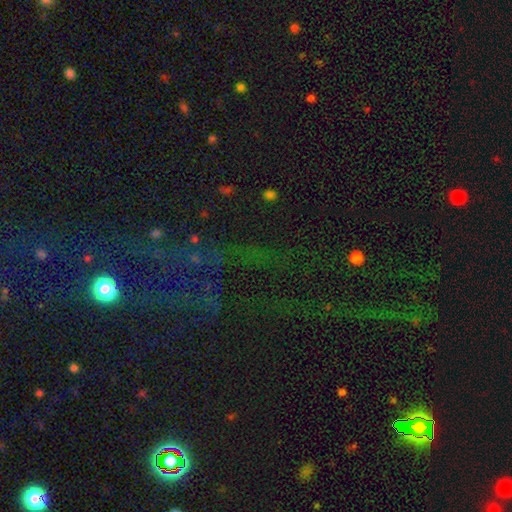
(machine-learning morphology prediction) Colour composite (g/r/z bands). It shows a star or artifact, not a galaxy (72%).